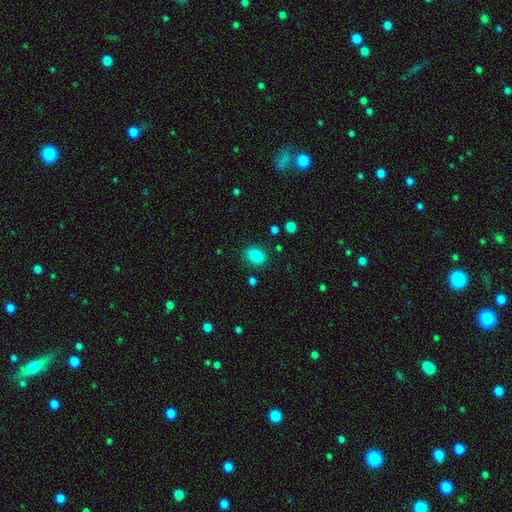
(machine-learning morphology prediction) This is clearly a smooth galaxy (84%). How rounded: likely in between (60%). Merging: clearly none (85%).